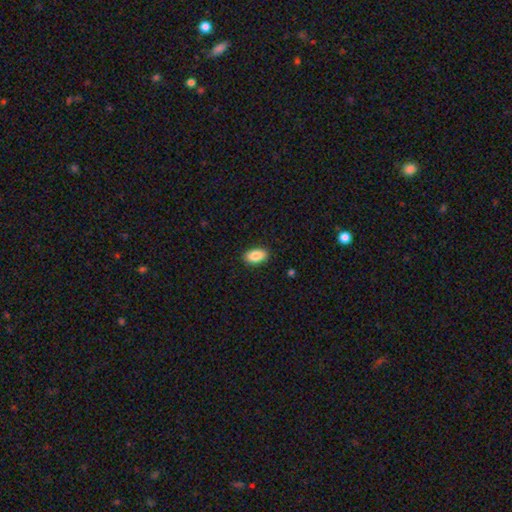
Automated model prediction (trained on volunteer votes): Q: Smooth or featured?
A: smooth (88%); runner-up: star or artifact (7%)
Q: How rounded?
A: in between (93%); runner-up: round (5%)
Q: Merging?
A: none (89%); runner-up: minor disturbance (8%)